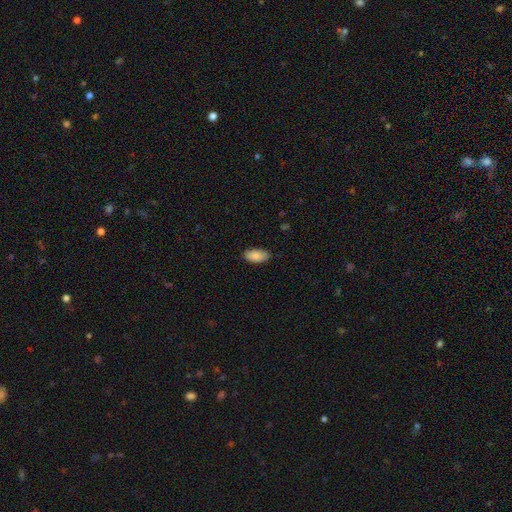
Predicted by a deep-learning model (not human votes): A smooth galaxy with no disk features (86%) that is in between round and cigar-shaped (94%). Merging: none (83%).